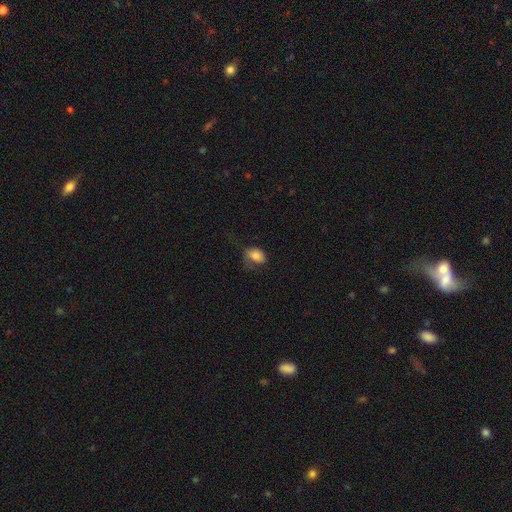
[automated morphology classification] A smooth galaxy with no disk features (80%) that is in between round and cigar-shaped (76%). Merging: none (42%).